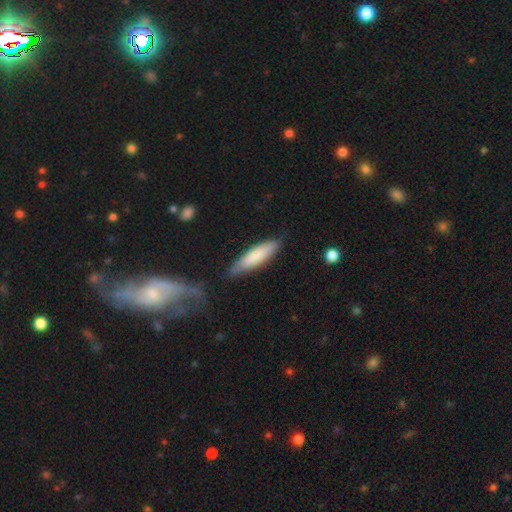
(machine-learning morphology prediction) smooth-or-featured: smooth: 79% | featured or disk: 15% | star or artifact: 5%
  how-rounded: cigar-shaped: 70% | in between: 29% | round: 1%
  merging: none: 78% | minor disturbance: 17% | major disturbance: 3% | merger: 2%